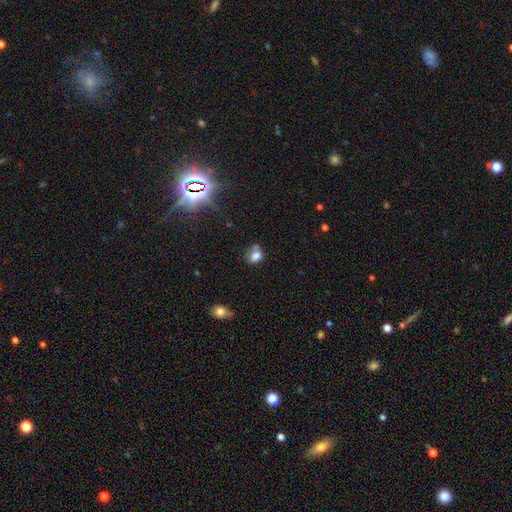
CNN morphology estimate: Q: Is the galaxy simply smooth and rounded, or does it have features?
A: smooth — 75%.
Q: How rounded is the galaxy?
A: round — 50%.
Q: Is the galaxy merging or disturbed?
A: none — 40%.